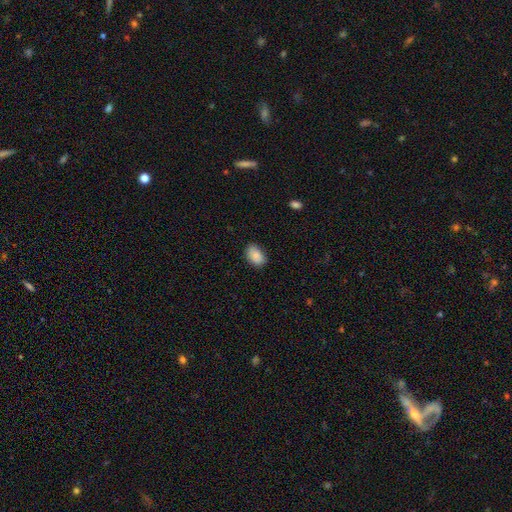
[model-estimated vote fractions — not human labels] smooth 87%, star or artifact 7%, featured or disk 5%. Down the decision tree: how rounded — in between (87%); merging — none (81%).